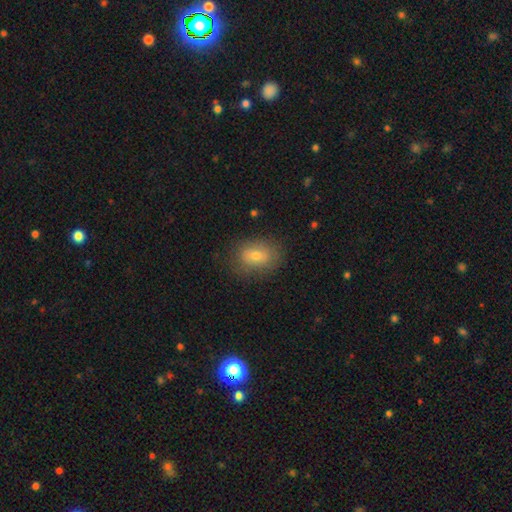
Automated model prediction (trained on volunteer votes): The model was most divided on "how rounded": in between: 71%, round: 27%, cigar-shaped: 2%. More confident: merging — none (77%); smooth or featured — smooth (70%).